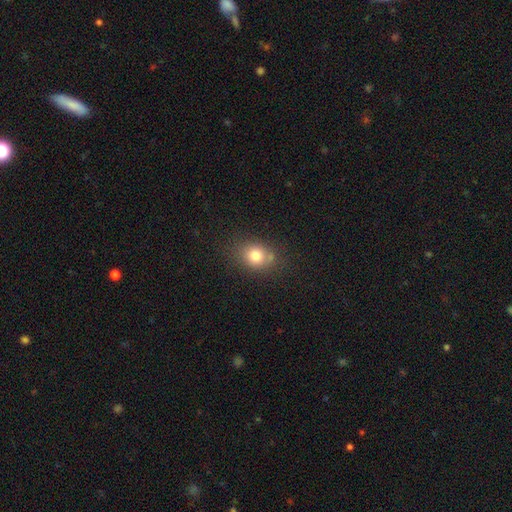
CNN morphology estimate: This is likely a smooth galaxy (78%). How rounded: possibly round (54%). Merging: likely none (68%).